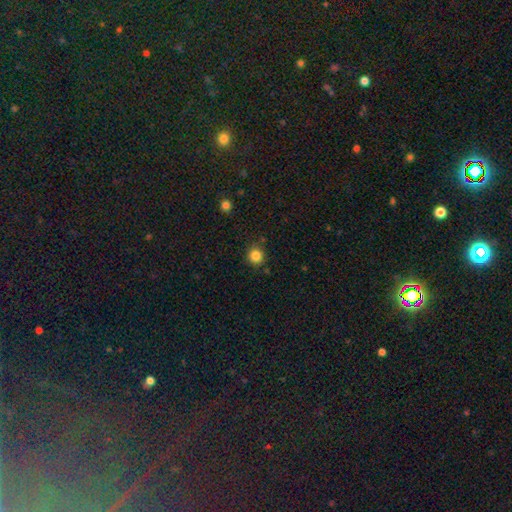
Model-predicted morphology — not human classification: Smooth or featured? Predicted: smooth (p=0.83). How rounded? Predicted: round (p=0.93). Merging? Predicted: none (p=0.86).